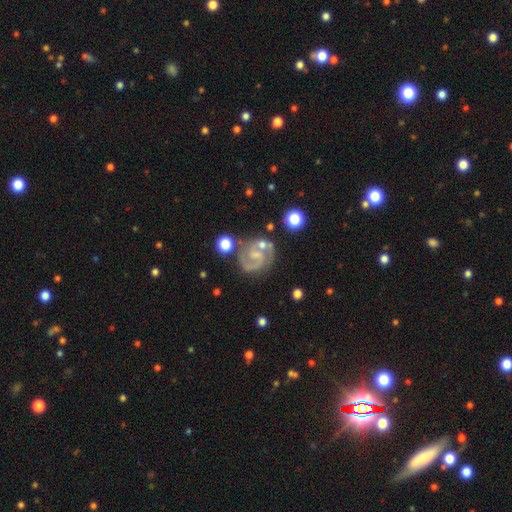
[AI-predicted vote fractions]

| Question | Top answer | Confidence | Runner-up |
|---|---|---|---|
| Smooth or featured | featured or disk | 82% | smooth (11%) |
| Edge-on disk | no | 98% | yes (2%) |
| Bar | weak | 48% | no (39%) |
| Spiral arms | yes | 94% | no (6%) |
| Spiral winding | medium | 49% | tight (38%) |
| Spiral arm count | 2 | 78% | can't tell (8%) |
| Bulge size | small | 49% | none (26%) |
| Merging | none | 62% | minor disturbance (17%) |